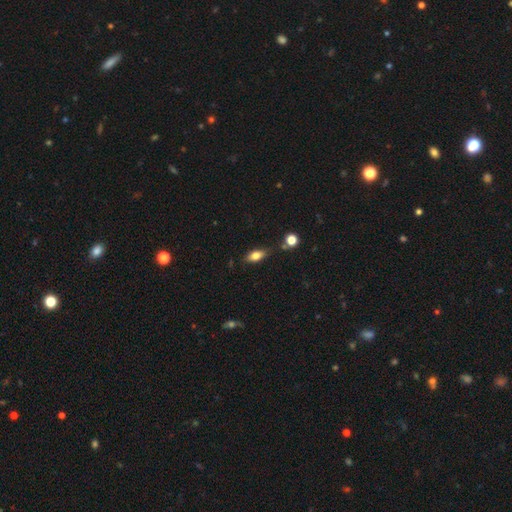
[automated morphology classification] Smooth or featured: smooth — 77% (featured or disk — 14%)
How rounded: in between — 83% (cigar-shaped — 12%)
Merging: none — 70% (minor disturbance — 18%)